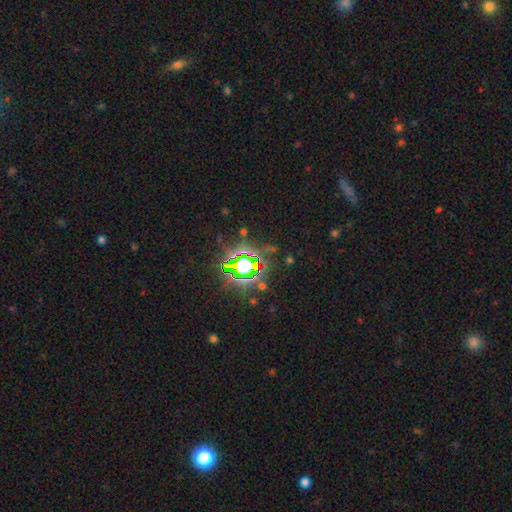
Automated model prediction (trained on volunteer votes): smooth-or-featured: star or artifact: 83% | smooth: 10% | featured or disk: 7%